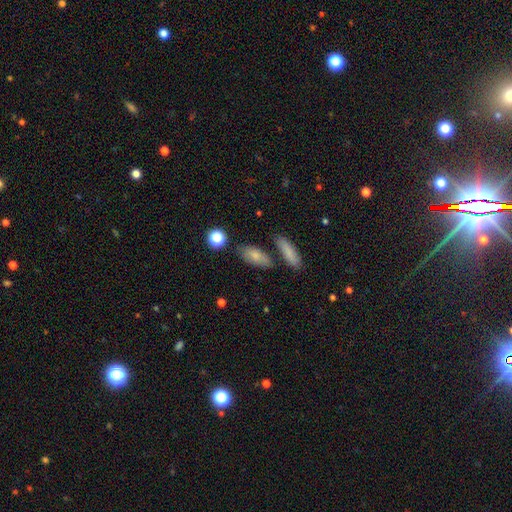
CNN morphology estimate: A smooth galaxy with no disk features (77%) that is in between round and cigar-shaped (83%).

Vote fractions:
- Smooth or featured? smooth: 77% / featured or disk: 14% / star or artifact: 8%
- How rounded? in between: 83% / cigar-shaped: 12% / round: 5%
- Merging? none: 69% / minor disturbance: 16% / merger: 10% / major disturbance: 5%